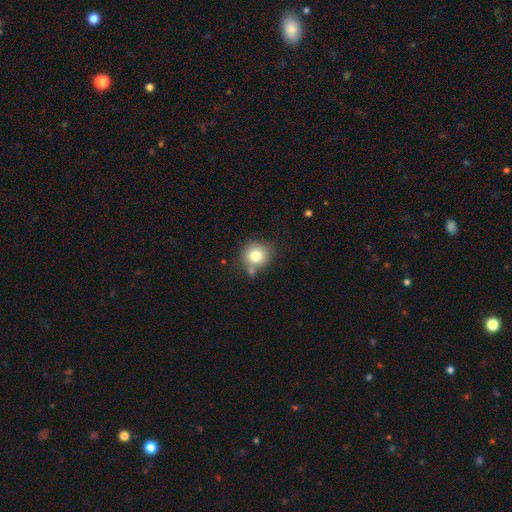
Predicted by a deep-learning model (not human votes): Smooth or featured: smooth — 79% (featured or disk — 11%)
How rounded: round — 87% (in between — 12%)
Merging: none — 69% (minor disturbance — 15%)